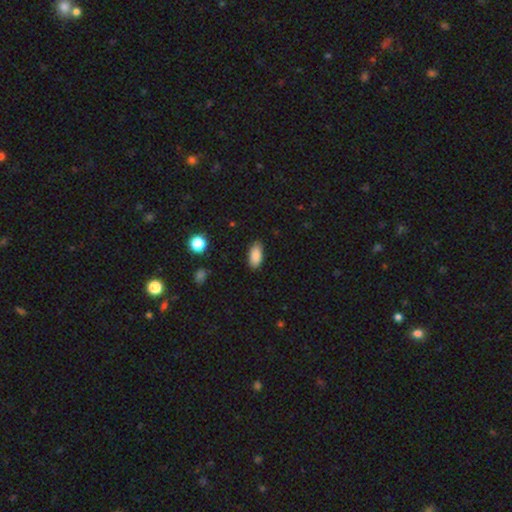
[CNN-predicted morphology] The model was most divided on "merging": none: 85%, minor disturbance: 11%, major disturbance: 2%, merger: 1%. More confident: how rounded — in between (91%); smooth or featured — smooth (88%).